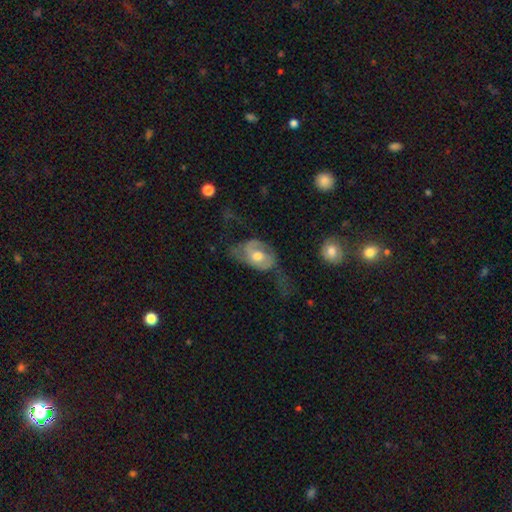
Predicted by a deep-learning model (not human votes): Smooth or featured: featured or disk — 63% (smooth — 30%)
Edge-on disk: no — 94% (yes — 6%)
Bar: no — 62% (weak — 30%)
Spiral arms: yes — 74% (no — 26%)
Bulge size: moderate — 72% (small — 15%)
Merging: major disturbance — 44% (none — 30%)